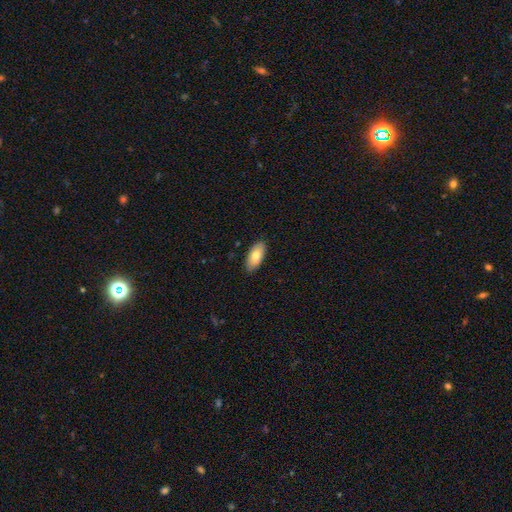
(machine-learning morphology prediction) This appears to be a smooth galaxy with no disk features (78%) that is in between round and cigar-shaped (91%). Merging: none (88%).